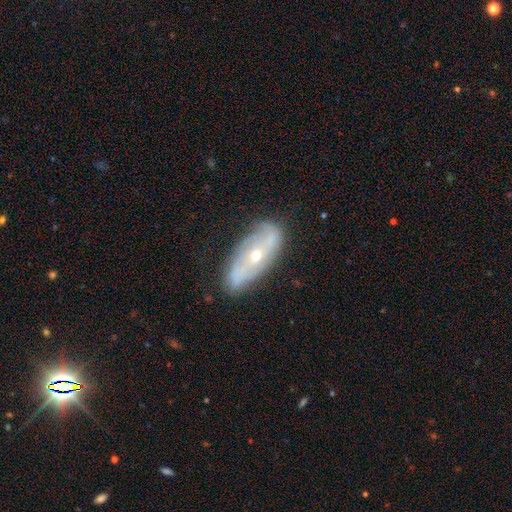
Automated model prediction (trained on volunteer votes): A featured or disk galaxy (70%) with no bar (69%), spiral arms (72%) and a small central bulge (54%).

Vote fractions:
- Smooth or featured? featured or disk: 70% / smooth: 22% / star or artifact: 8%
- Edge-on disk? no: 84% / yes: 16%
- Bar? no: 69% / weak: 20% / strong: 11%
- Spiral arms? yes: 72% / no: 28%
- Bulge size? small: 54% / moderate: 43% / large: 1% / none: 1% / dominant: 1%
- Merging? none: 70% / minor disturbance: 22% / major disturbance: 7% / merger: 2%